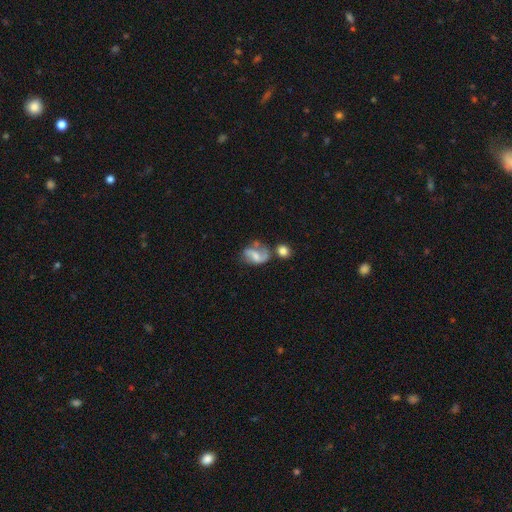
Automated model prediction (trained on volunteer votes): Smooth or featured? Predicted: featured or disk (p=0.65). Edge-on disk? Predicted: no (p=0.97). Bar? Predicted: weak (p=0.45). Spiral arms? Predicted: yes (p=0.83). Spiral winding? Predicted: loose (p=0.50). Spiral arm count? Predicted: 2 (p=0.78). Bulge size? Predicted: moderate (p=0.41). Merging? Predicted: none (p=0.41).